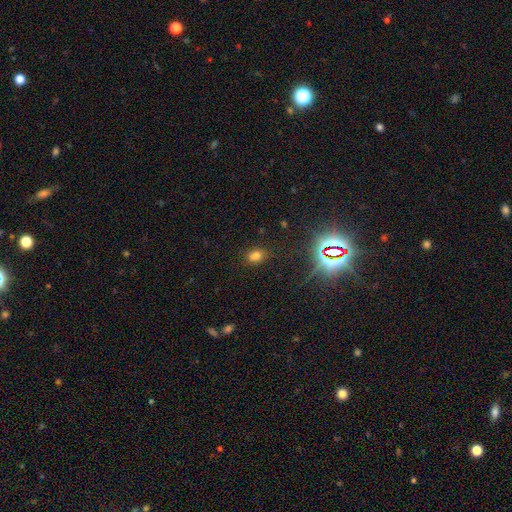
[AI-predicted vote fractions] This appears to be a smooth galaxy with no disk features (63%) that is in between round and cigar-shaped (60%). Merging: none (64%).